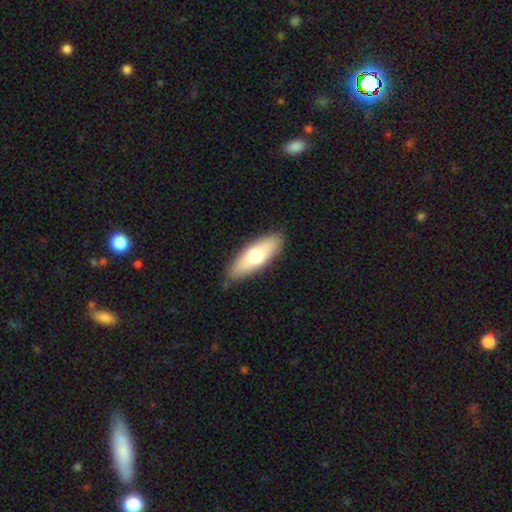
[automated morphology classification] A smooth galaxy with no disk features (64%) that is in between round and cigar-shaped (60%).

Vote fractions:
- Smooth or featured? smooth: 64% / featured or disk: 30% / star or artifact: 5%
- How rounded? in between: 60% / cigar-shaped: 38% / round: 2%
- Merging? none: 84% / minor disturbance: 13% / major disturbance: 2% / merger: 1%